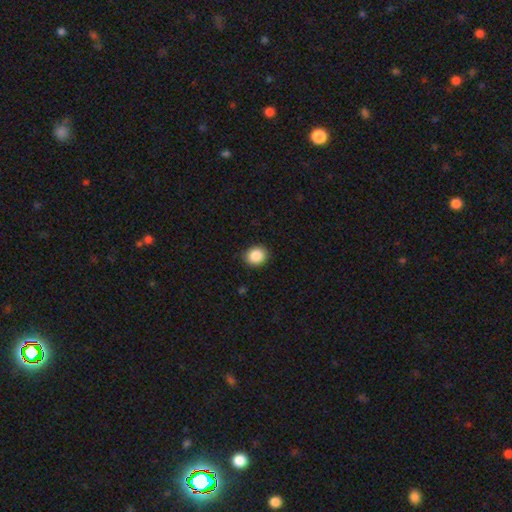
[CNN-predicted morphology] Overall: smooth (88%). How rounded: round (69%; in between 30%). Merging: none (89%).